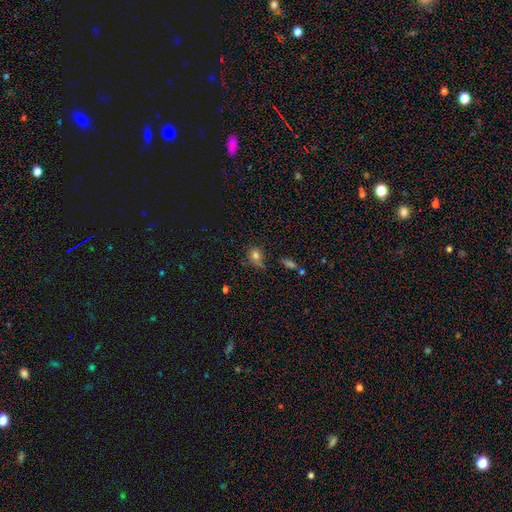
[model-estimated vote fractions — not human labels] Q: Smooth or featured?
A: smooth (74%); runner-up: star or artifact (17%)
Q: How rounded?
A: round (60%); runner-up: in between (38%)
Q: Merging?
A: none (60%); runner-up: minor disturbance (25%)